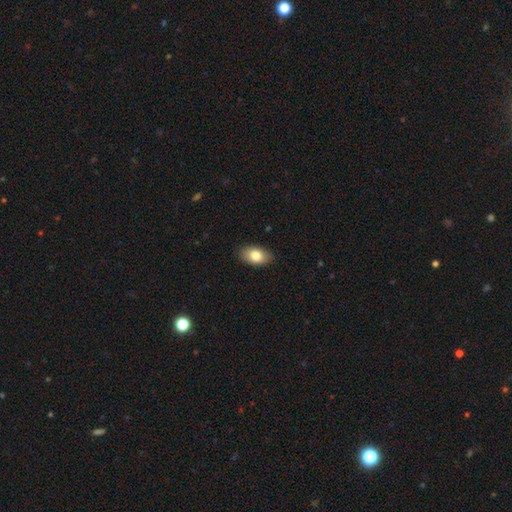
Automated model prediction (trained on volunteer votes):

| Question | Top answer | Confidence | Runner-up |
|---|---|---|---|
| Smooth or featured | smooth | 81% | featured or disk (12%) |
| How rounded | in between | 91% | round (7%) |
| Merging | none | 87% | minor disturbance (10%) |